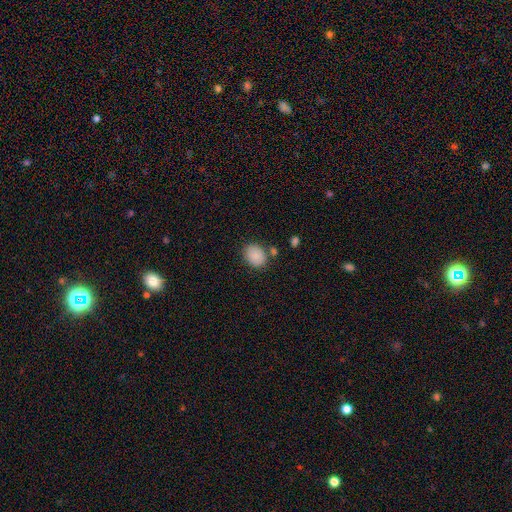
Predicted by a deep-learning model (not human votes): smooth_or_featured: smooth (p=0.87) [alt: star or artifact p=0.08]
how_rounded: in between (p=0.62) [alt: round p=0.37]
merging: none (p=0.76) [alt: minor disturbance p=0.13]